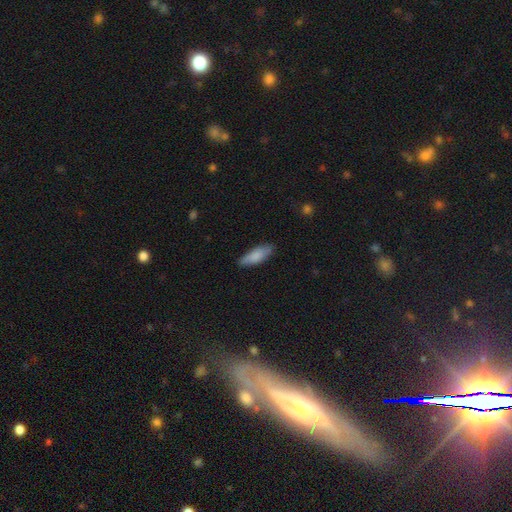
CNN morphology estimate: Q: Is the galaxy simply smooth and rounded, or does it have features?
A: smooth — 84%.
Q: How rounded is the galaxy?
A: in between — 60%.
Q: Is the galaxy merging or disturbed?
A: none — 82%.